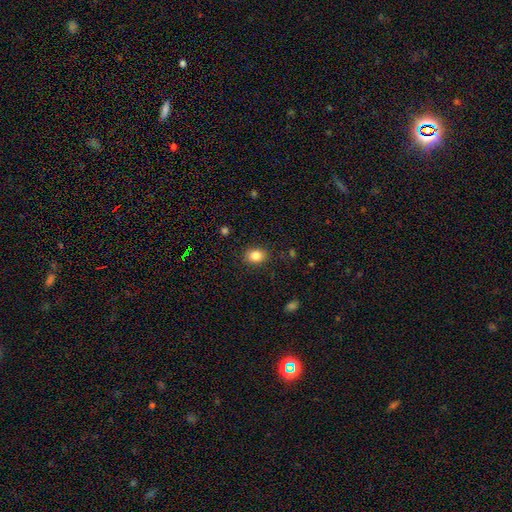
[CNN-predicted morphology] type=smooth (84%); roundness=round (50%); merging=none (87%).